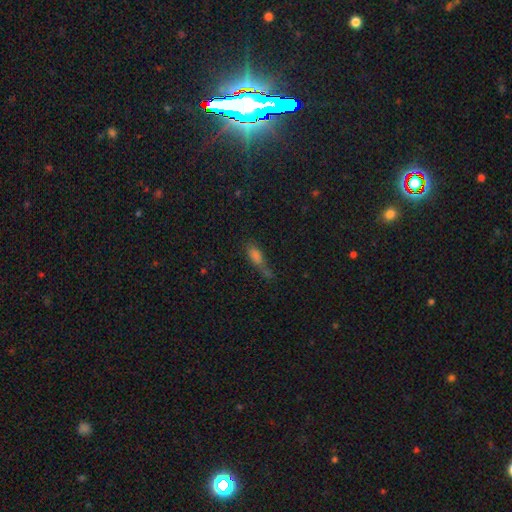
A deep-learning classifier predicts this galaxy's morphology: A smooth galaxy with no disk features (64%) that is in between round and cigar-shaped (55%). Merging: none (40%).